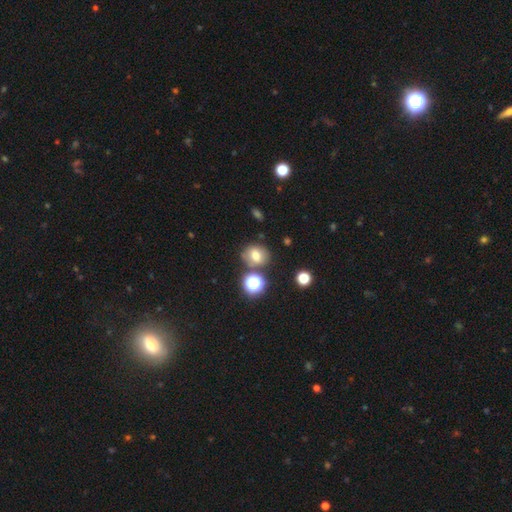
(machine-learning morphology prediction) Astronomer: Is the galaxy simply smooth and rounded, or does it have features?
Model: smooth — 67%.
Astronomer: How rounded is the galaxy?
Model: round — 62%.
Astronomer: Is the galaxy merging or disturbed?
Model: none — 70%.